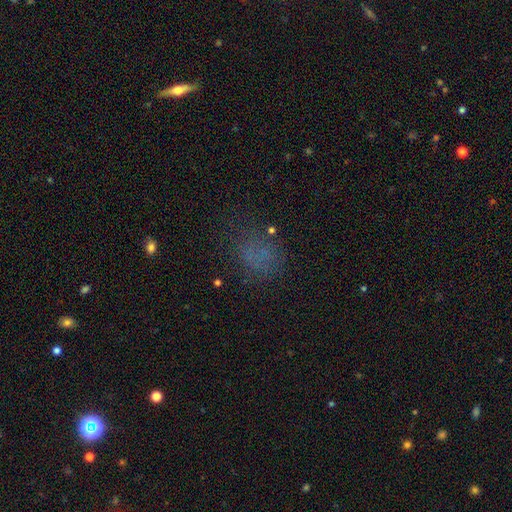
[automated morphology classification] type=smooth (59%); roundness=round (50%); merging=none (67%).